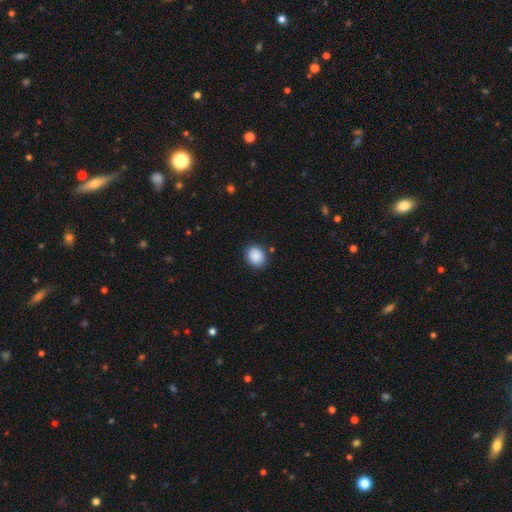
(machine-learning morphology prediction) A smooth galaxy with no disk features (89%) that is round (57%). Merging: none (86%).